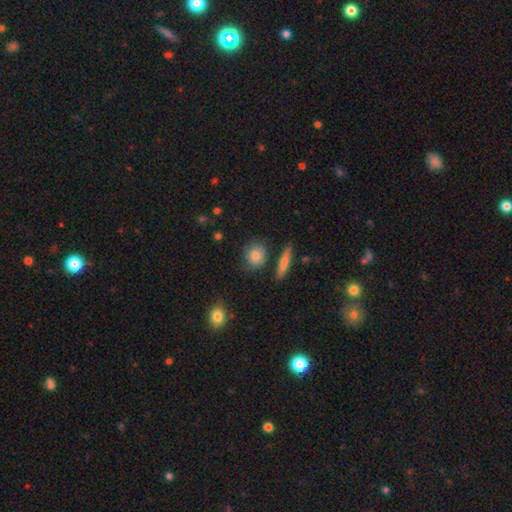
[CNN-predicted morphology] A smooth galaxy with no disk features (80%) that is round (68%).

Vote fractions:
- Smooth or featured? smooth: 80% / featured or disk: 12% / star or artifact: 8%
- How rounded? round: 68% / in between: 28% / cigar-shaped: 4%
- Merging? none: 75% / minor disturbance: 15% / merger: 6% / major disturbance: 4%